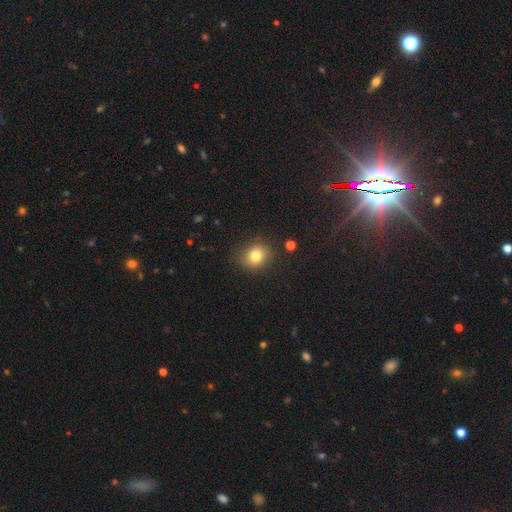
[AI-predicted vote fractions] A smooth galaxy with no disk features (80%) that is round (71%). Merging: none (84%).